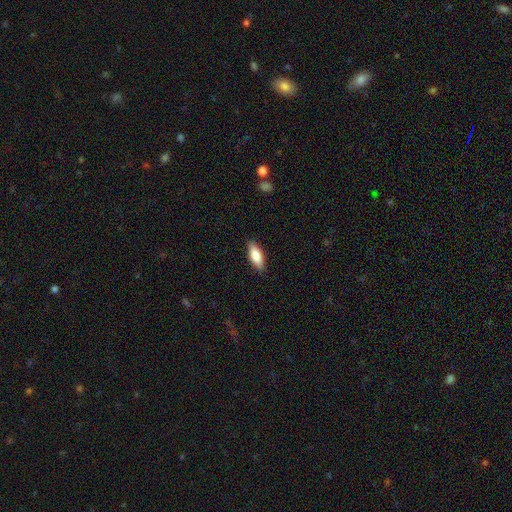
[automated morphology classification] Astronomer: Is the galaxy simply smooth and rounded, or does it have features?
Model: smooth — 81%.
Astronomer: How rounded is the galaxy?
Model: in between — 72%.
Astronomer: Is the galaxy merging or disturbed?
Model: none — 87%.